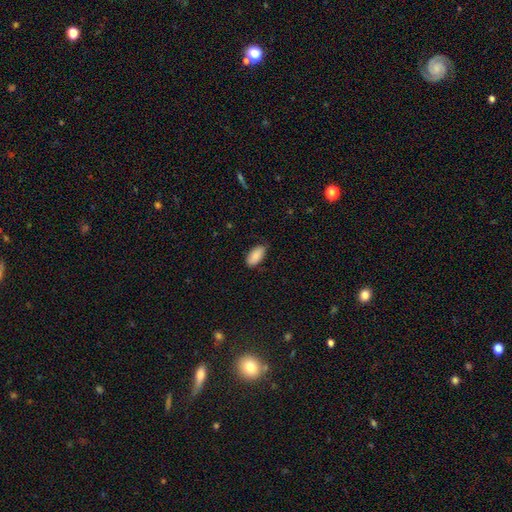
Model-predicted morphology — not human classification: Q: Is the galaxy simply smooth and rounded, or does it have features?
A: smooth — 88%.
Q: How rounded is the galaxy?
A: in between — 93%.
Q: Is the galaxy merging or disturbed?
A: none — 75%.